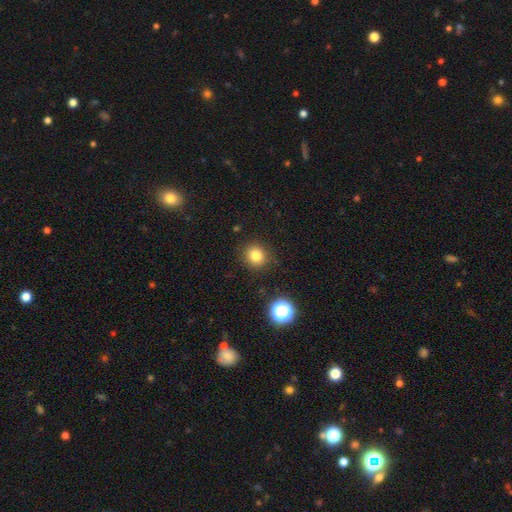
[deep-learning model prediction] Q: Smooth or featured?
A: smooth (81%); runner-up: star or artifact (13%)
Q: How rounded?
A: round (84%); runner-up: in between (15%)
Q: Merging?
A: none (89%); runner-up: minor disturbance (7%)